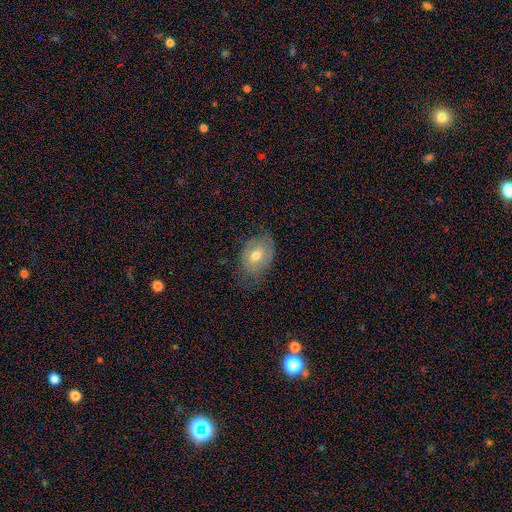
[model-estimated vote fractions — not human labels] Smooth or featured: smooth — 63% (featured or disk — 28%)
How rounded: in between — 76% (round — 23%)
Merging: none — 63% (minor disturbance — 28%)